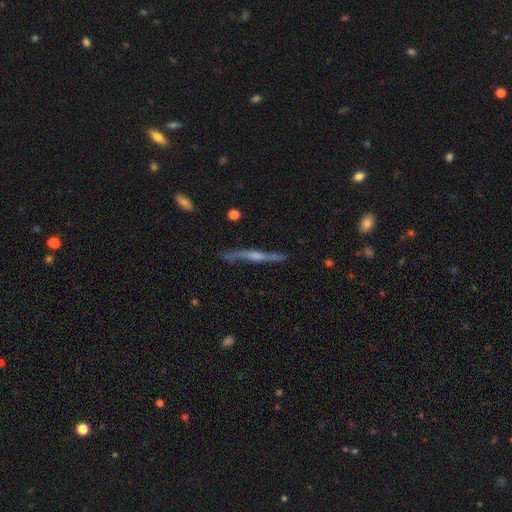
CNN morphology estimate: Q: Smooth or featured?
A: featured or disk (79%); runner-up: smooth (15%)
Q: Edge-on disk?
A: yes (87%); runner-up: no (13%)
Q: Edge-on bulge?
A: rounded (69%); runner-up: none (20%)
Q: Merging?
A: none (78%); runner-up: minor disturbance (16%)